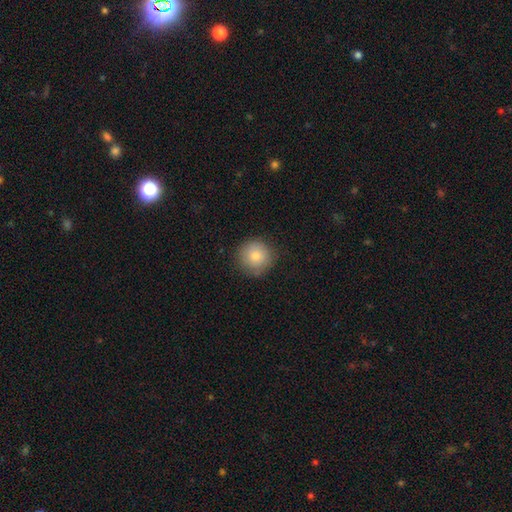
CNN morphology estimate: The model was most divided on "smooth or featured": smooth: 82%, featured or disk: 9%, star or artifact: 9%. More confident: how rounded — round (95%); merging — none (85%).